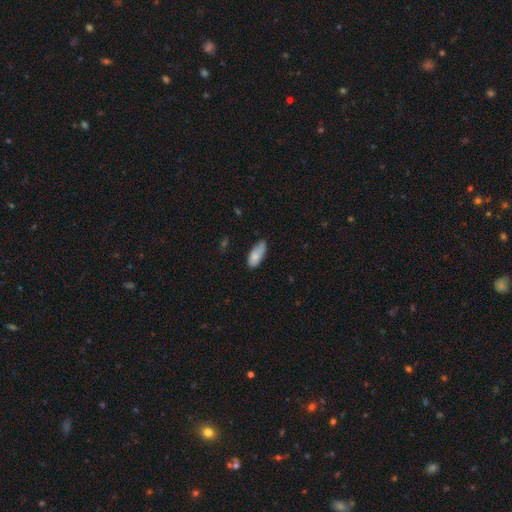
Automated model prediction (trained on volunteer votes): Q: Smooth or featured?
A: smooth (78%); runner-up: featured or disk (15%)
Q: How rounded?
A: in between (84%); runner-up: cigar-shaped (14%)
Q: Merging?
A: none (54%); runner-up: minor disturbance (35%)